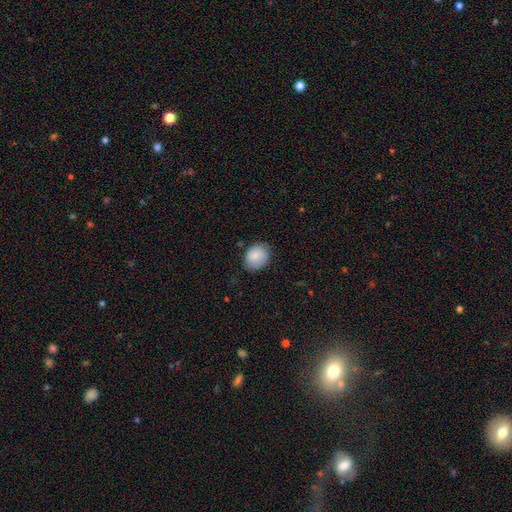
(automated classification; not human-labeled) Q: Smooth or featured?
A: smooth (84%); runner-up: featured or disk (9%)
Q: How rounded?
A: in between (52%); runner-up: round (48%)
Q: Merging?
A: none (76%); runner-up: minor disturbance (20%)